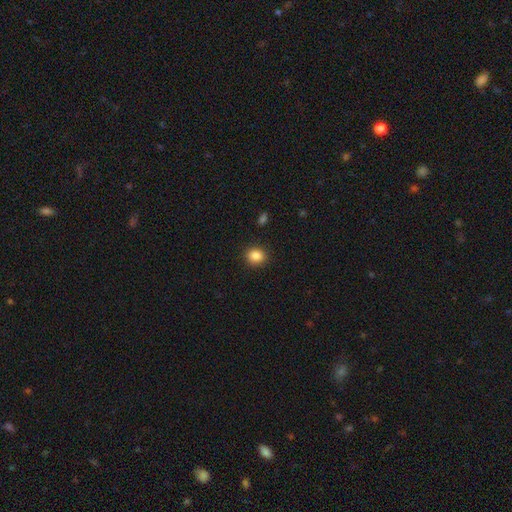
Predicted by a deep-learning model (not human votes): Smooth or featured: smooth — 86% (star or artifact — 10%)
How rounded: round — 70% (in between — 29%)
Merging: none — 90% (minor disturbance — 7%)